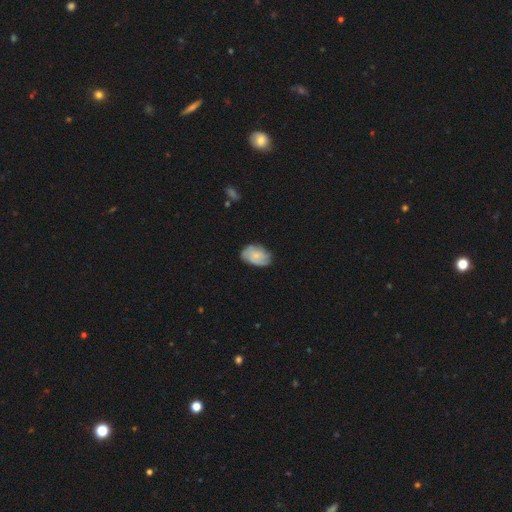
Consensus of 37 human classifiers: smooth_or_featured: featured or disk (p=0.54) [alt: smooth p=0.41]
disk_edge_on: no (p=0.95) [alt: yes p=0.05]
bar: no (p=0.74) [alt: weak p=0.26]
has_spiral_arms: yes (p=1.00)
spiral_winding: tight (p=0.47) [alt: medium p=0.37]
spiral_arm_count: 3 (p=0.37) [alt: can't tell p=0.26]
bulge_size: small (p=0.74) [alt: moderate p=0.26]
merging: none (p=0.80) [alt: minor disturbance p=0.17]